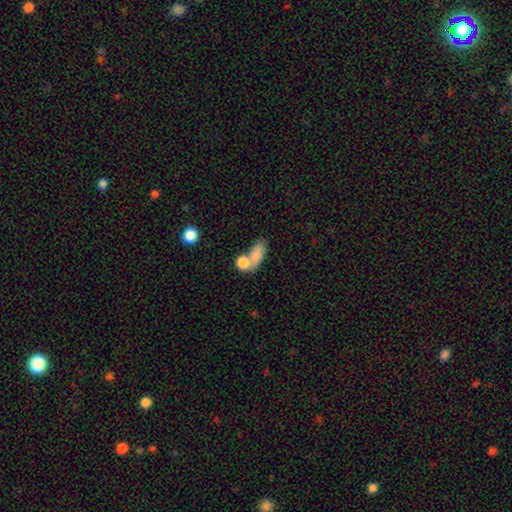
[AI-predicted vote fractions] A smooth galaxy with no disk features (80%) that is in between round and cigar-shaped (69%).

Vote fractions:
- Smooth or featured? smooth: 80% / featured or disk: 11% / star or artifact: 9%
- How rounded? in between: 69% / cigar-shaped: 16% / round: 15%
- Merging? none: 39% (tied) / merger: 39% (tied) / minor disturbance: 13% / major disturbance: 9%